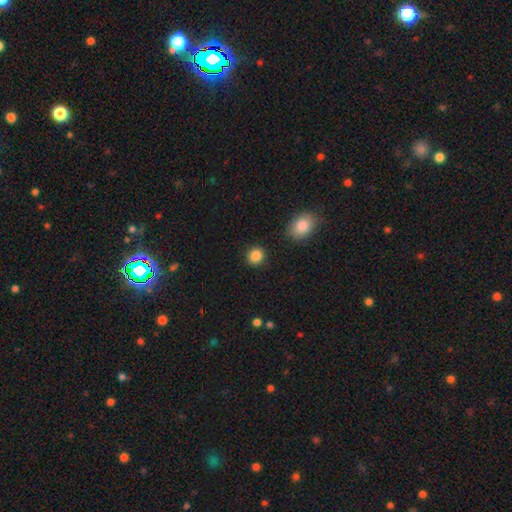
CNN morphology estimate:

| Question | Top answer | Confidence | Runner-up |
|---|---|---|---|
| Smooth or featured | smooth | 87% | star or artifact (10%) |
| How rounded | round | 86% | in between (13%) |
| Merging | none | 90% | minor disturbance (6%) |